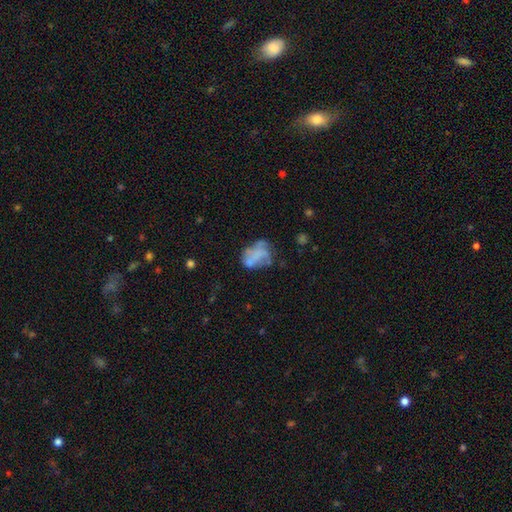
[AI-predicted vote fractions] Smooth or featured? featured or disk (45%)
Merging? none (39%)